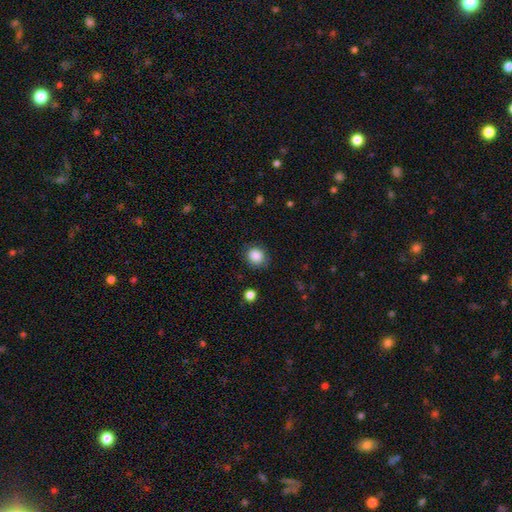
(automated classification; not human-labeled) This appears to be a smooth galaxy with no disk features (87%) that is round (83%). Merging: none (85%).